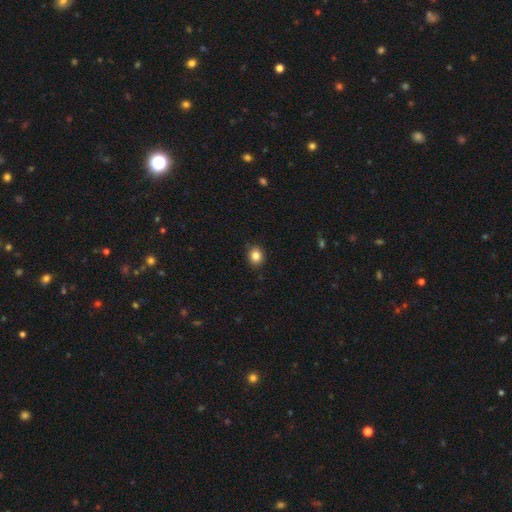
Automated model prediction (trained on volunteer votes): A smooth galaxy with no disk features (85%) that is round (69%). Merging: none (87%).